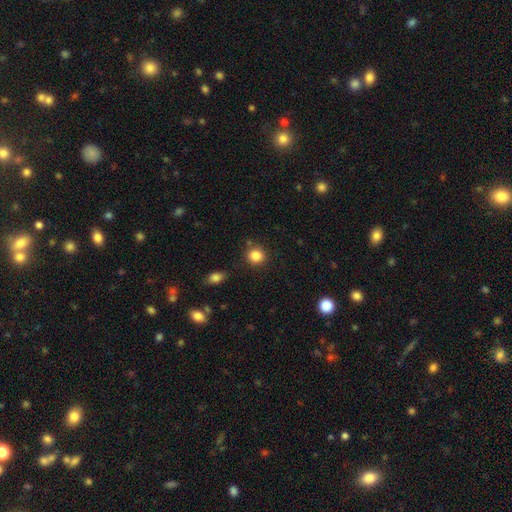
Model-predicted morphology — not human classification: A smooth galaxy with no disk features (85%) that is round (88%). Merging: none (83%).